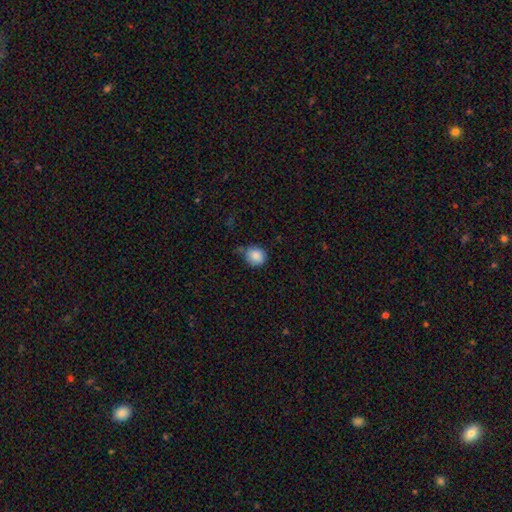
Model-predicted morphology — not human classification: This is clearly a smooth galaxy (87%). How rounded: clearly round (81%). Merging: likely none (65%).